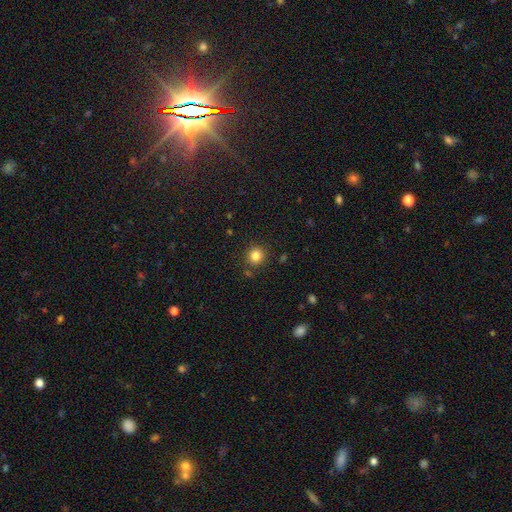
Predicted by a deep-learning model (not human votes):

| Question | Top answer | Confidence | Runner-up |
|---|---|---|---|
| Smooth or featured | smooth | 83% | star or artifact (12%) |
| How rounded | round | 90% | in between (9%) |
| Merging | none | 87% | minor disturbance (7%) |